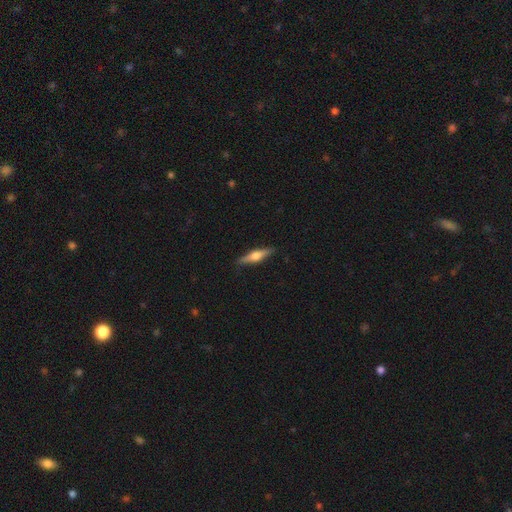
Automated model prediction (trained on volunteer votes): A featured or disk galaxy (63%) viewed edge-on (97%) with a rounded central bulge (93%). Merging: none (89%).